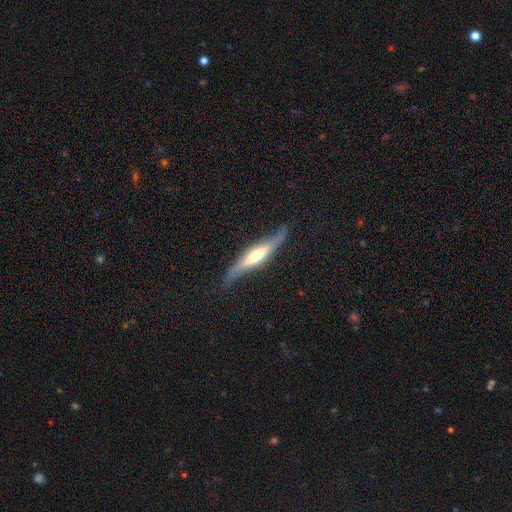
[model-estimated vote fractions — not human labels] The model was most divided on "edge-on bulge": rounded: 60%, boxy: 24%, none: 15%. More confident: edge-on disk — yes (82%); merging — none (71%); smooth or featured — featured or disk (69%).